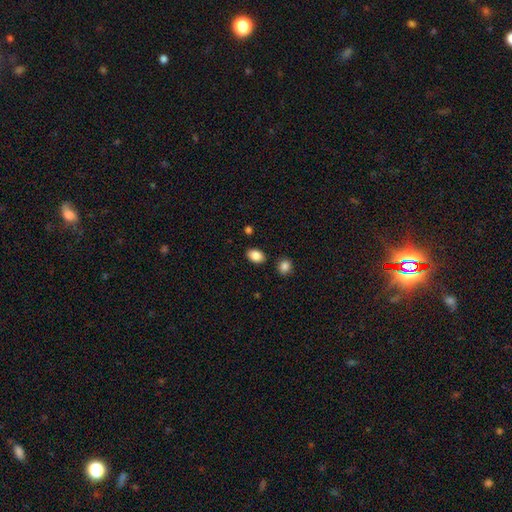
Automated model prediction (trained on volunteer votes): This is clearly a smooth galaxy (87%). How rounded: clearly in between (82%). Merging: clearly none (85%).